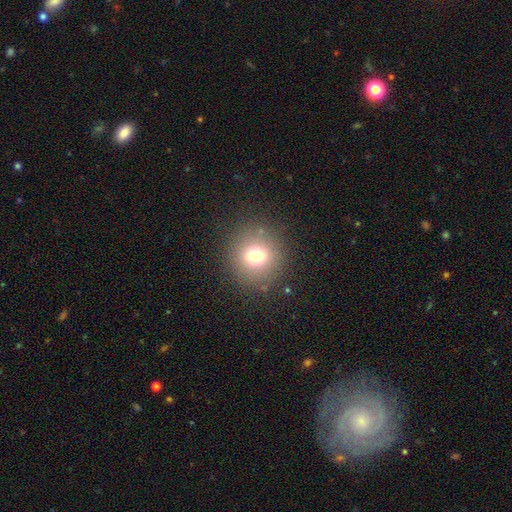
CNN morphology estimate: A smooth galaxy with no disk features (72%) that is round (92%).

Vote fractions:
- Smooth or featured? smooth: 72% / star or artifact: 17% / featured or disk: 11%
- How rounded? round: 92% / in between: 7% / cigar-shaped: 1%
- Merging? none: 86% / minor disturbance: 8% / major disturbance: 4% / merger: 2%